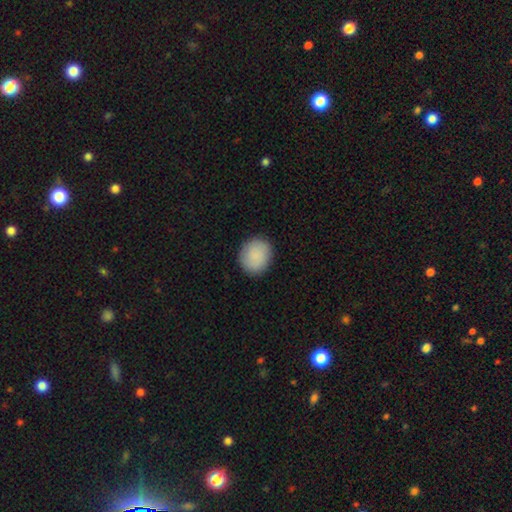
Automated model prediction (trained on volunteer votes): smooth 89%, star or artifact 6%, featured or disk 5%. Down the decision tree: how rounded — round (77%); merging — none (89%).